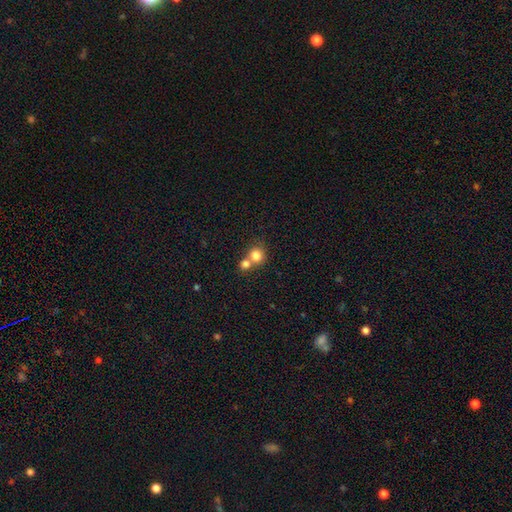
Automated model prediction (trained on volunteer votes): This appears to be a smooth galaxy with no disk features (81%) that is round (83%). Merging: merger (54%).